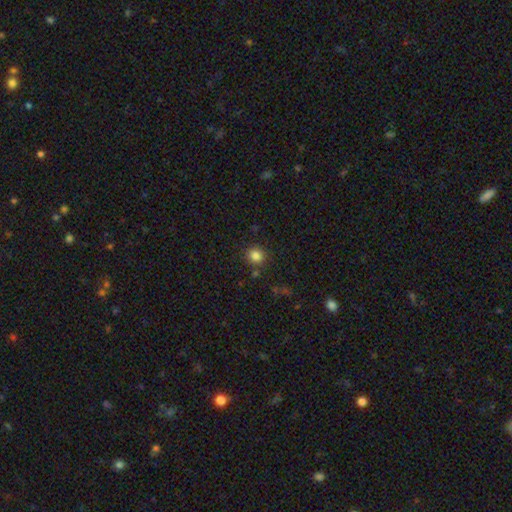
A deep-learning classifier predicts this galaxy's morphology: A smooth galaxy with no disk features (83%) that is round (88%). Merging: none (86%).